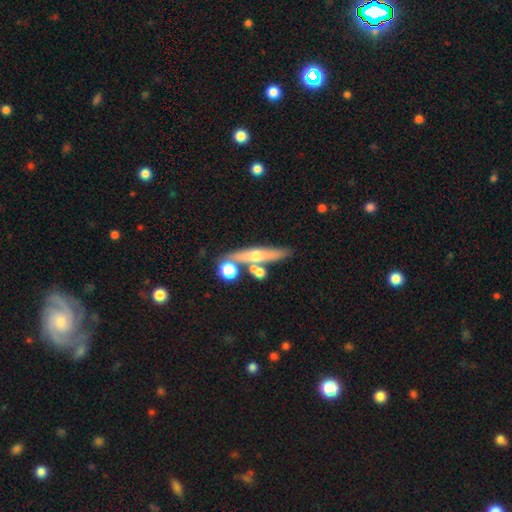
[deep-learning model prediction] Smooth or featured: featured or disk — 53% (smooth — 40%)
Edge-on disk: yes — 85% (no — 15%)
Merging: none — 67% (merger — 17%)